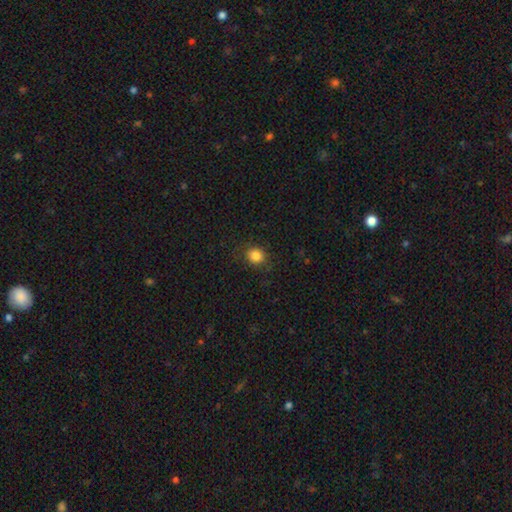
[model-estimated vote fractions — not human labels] smooth-or-featured: smooth: 85% | star or artifact: 11% | featured or disk: 4%
  how-rounded: round: 75% | in between: 24% | cigar-shaped: 1%
  merging: none: 86% | minor disturbance: 10% | major disturbance: 3% | merger: 1%